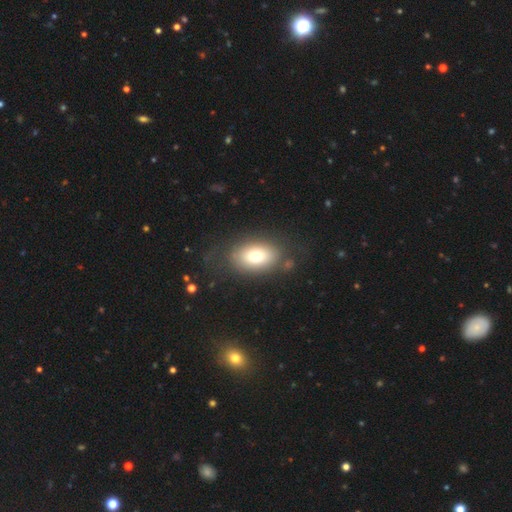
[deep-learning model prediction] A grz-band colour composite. It shows a smooth galaxy with no disk features (72%) that is in between round and cigar-shaped (82%). Merging: none (73%).